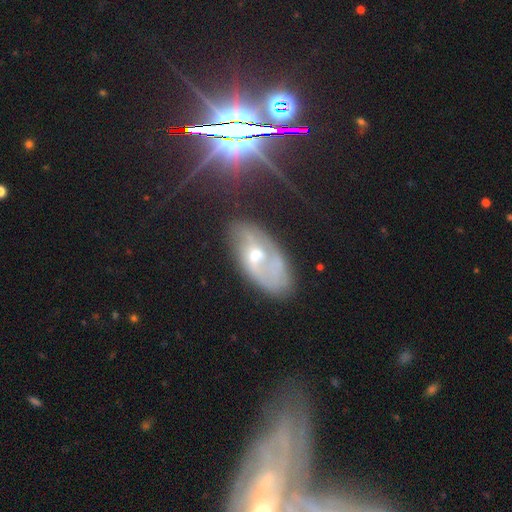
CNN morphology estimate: featured or disk 64%, smooth 19%, star or artifact 18%. Down the decision tree: edge-on disk — no (91%); bar — no (47%); spiral arms — yes (74%); bulge size — moderate (58%); merging — none (64%).